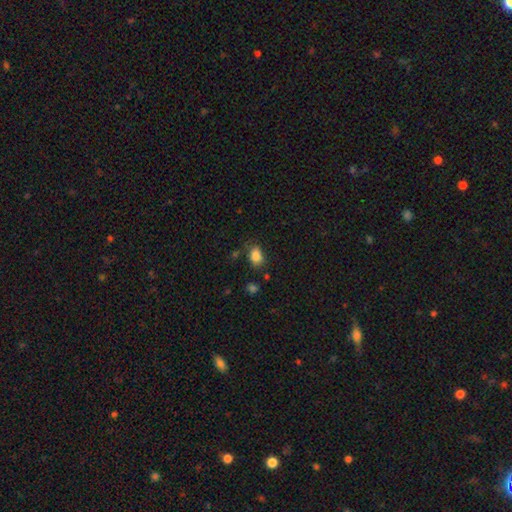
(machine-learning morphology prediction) Overall: smooth (85%). How rounded: in between (78%). Merging: none (70%).